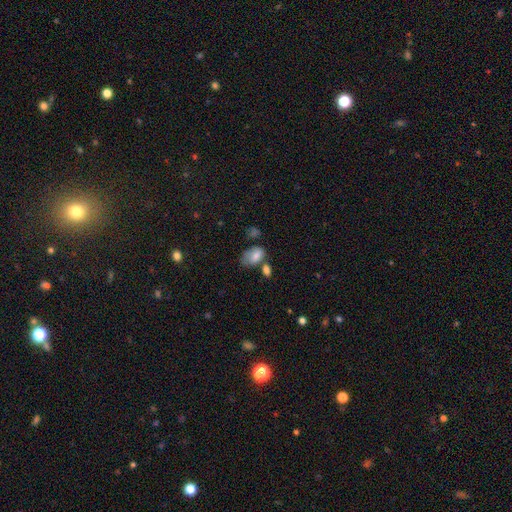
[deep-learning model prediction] smooth 78%, featured or disk 13%, star or artifact 9%. Down the decision tree: how rounded — in between (90%); merging — none (36%).